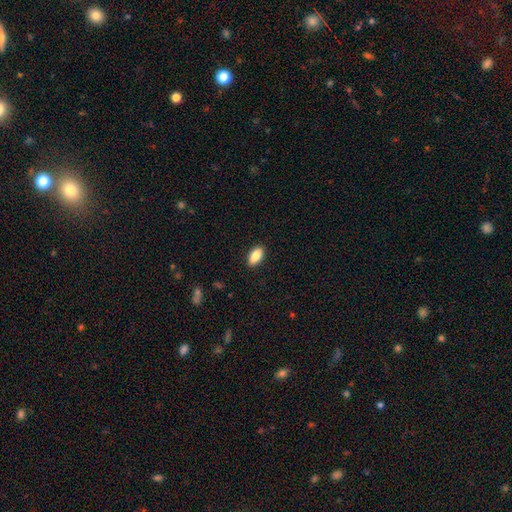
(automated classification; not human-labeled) A smooth galaxy with no disk features (83%) that is in between round and cigar-shaped (90%).

Vote fractions:
- Smooth or featured? smooth: 83% / featured or disk: 10% / star or artifact: 7%
- How rounded? in between: 90% / cigar-shaped: 6% / round: 3%
- Merging? none: 90% / minor disturbance: 7% / major disturbance: 2% / merger: 1%